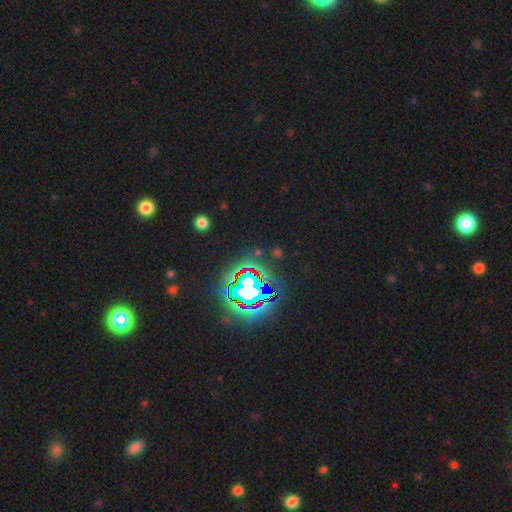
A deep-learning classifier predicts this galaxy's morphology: Smooth or featured? star or artifact (76%)